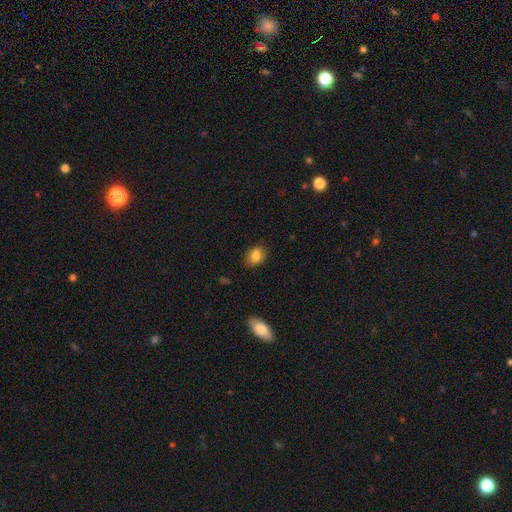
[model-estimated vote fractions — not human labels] smooth_or_featured: smooth (p=0.84) [alt: star or artifact p=0.08]
how_rounded: in between (p=0.78) [alt: round p=0.21]
merging: none (p=0.84) [alt: minor disturbance p=0.12]